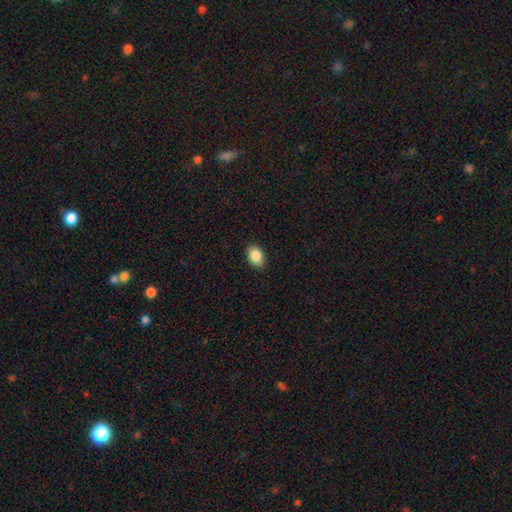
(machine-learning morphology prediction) A smooth galaxy with no disk features (88%) that is in between round and cigar-shaped (84%). Merging: none (88%).